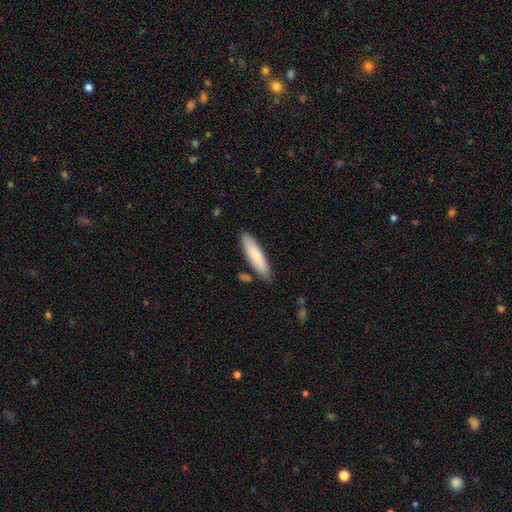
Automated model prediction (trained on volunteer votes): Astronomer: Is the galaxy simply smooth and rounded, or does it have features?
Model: smooth — 78%.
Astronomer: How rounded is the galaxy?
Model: cigar-shaped — 70%.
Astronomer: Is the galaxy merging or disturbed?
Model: none — 81%.